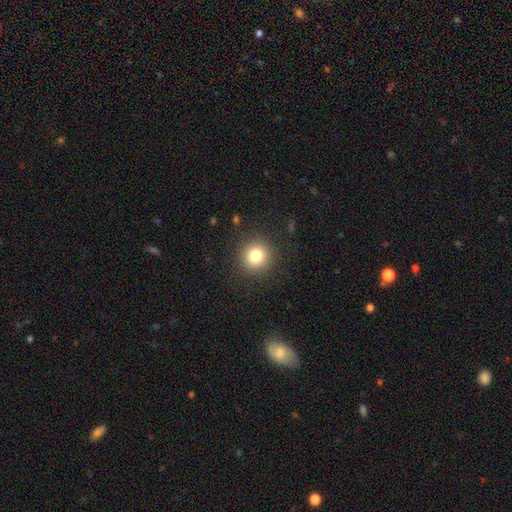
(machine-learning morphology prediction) type=smooth (80%); roundness=round (93%); merging=none (90%).